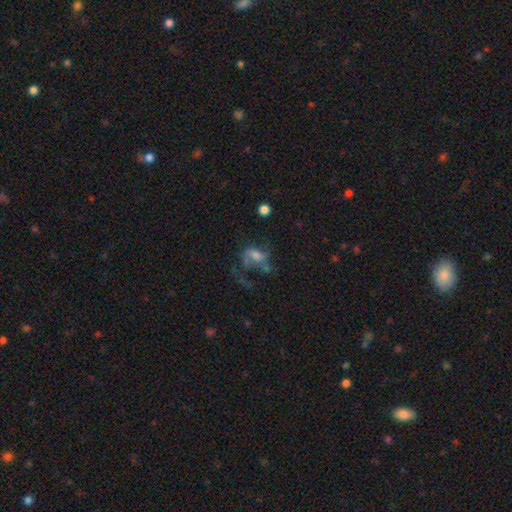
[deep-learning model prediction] Smooth or featured?
  - featured or disk: 56% *
  - smooth: 30%
  - star or artifact: 14%
Edge-on disk?
  - no: 96% *
  - yes: 4%
Bar?
  - no: 56% *
  - weak: 34%
  - strong: 10%
Spiral arms?
  - yes: 66% *
  - no: 34%
Bulge size?
  - moderate: 47% *
  - small: 31%
  - none: 10%
  - large: 10%
  - dominant: 2%
Merging?
  - major disturbance: 44% *
  - none: 32%
  - minor disturbance: 17%
  - merger: 8%